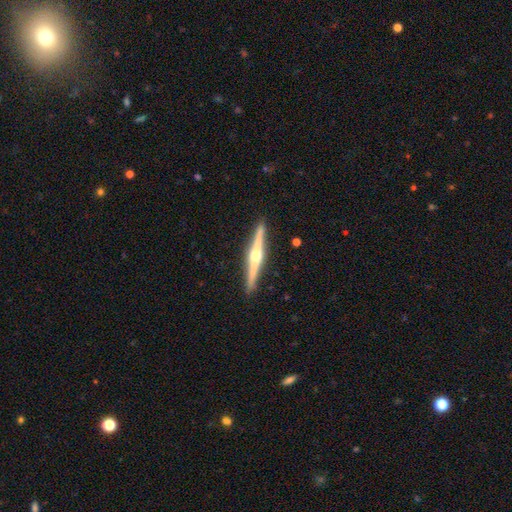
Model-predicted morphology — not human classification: This is clearly a featured or disk galaxy (81%). It is clearly viewed edge-on (99%). Edge-on bulge: clearly rounded (94%). Merging: clearly none (92%).